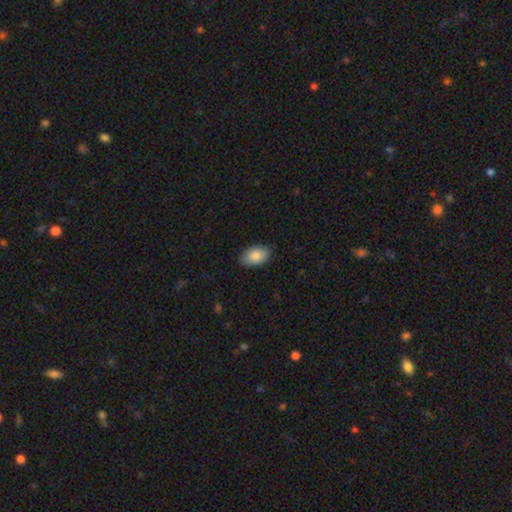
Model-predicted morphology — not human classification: Overall: smooth (87%). How rounded: in between (94%). Merging: none (87%).